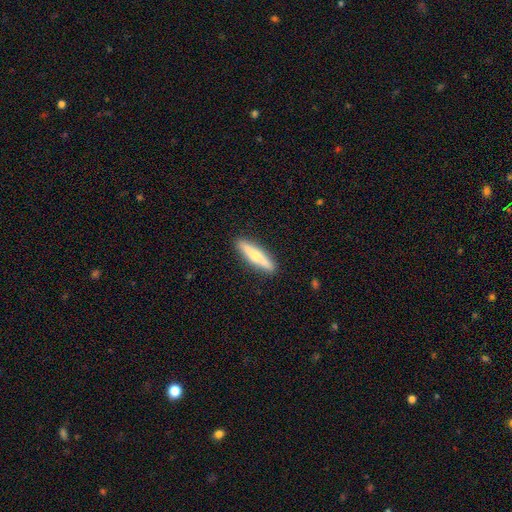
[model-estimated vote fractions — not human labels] Smooth or featured?
  - featured or disk: 48% *
  - smooth: 47%
  - star or artifact: 5%
Merging?
  - none: 91% *
  - minor disturbance: 7%
  - major disturbance: 2%
  - merger: 1%